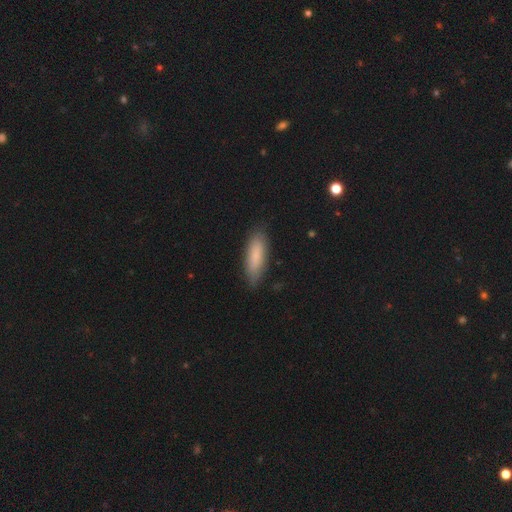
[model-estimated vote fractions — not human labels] Q: Smooth or featured?
A: smooth (82%); runner-up: featured or disk (12%)
Q: How rounded?
A: cigar-shaped (49%); tied with: in between (49%)
Q: Merging?
A: none (84%); runner-up: minor disturbance (12%)